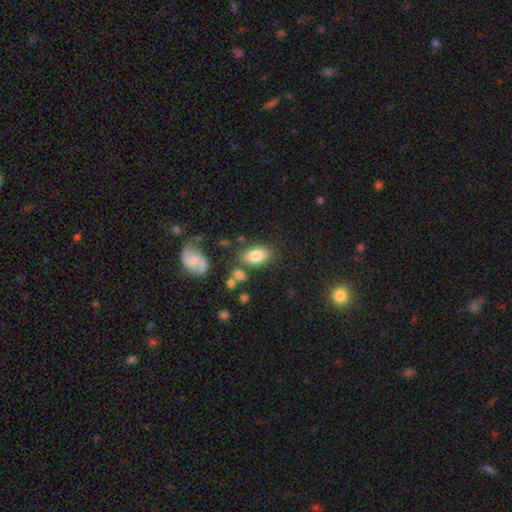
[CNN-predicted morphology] Smooth or featured: smooth — 80% (featured or disk — 12%)
How rounded: in between — 89% (round — 9%)
Merging: none — 74% (minor disturbance — 14%)